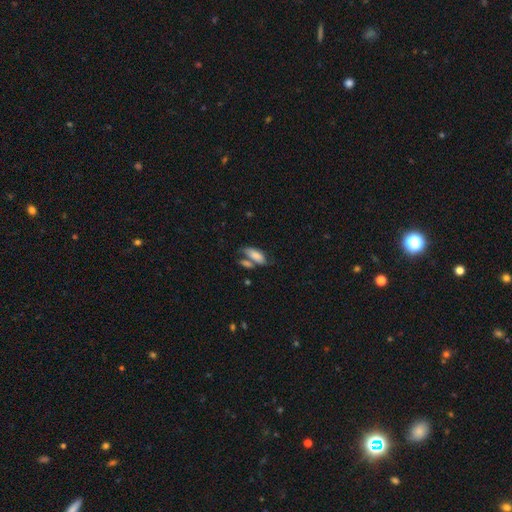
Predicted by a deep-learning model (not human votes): This is likely a smooth galaxy (76%). How rounded: likely in between (76%). Merging: marginally merger (39%).